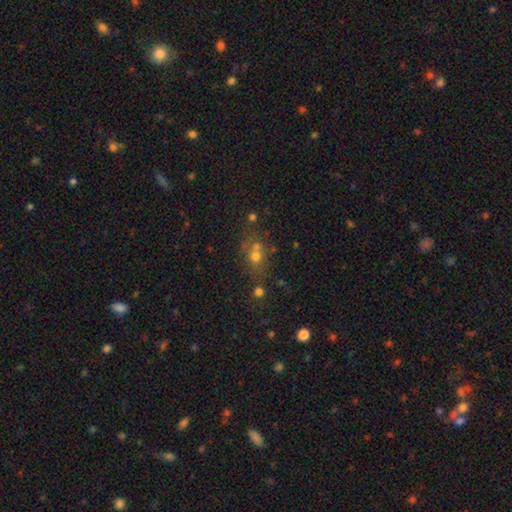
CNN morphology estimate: Overall: smooth (55%; star or artifact 26%). How rounded: round (63%; in between 34%). Merging: none (51%; merger 31%).